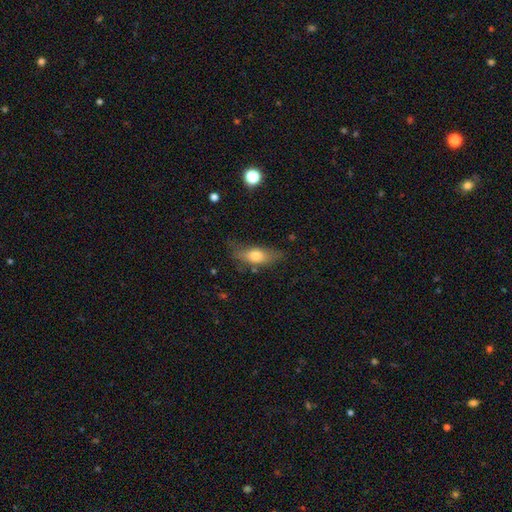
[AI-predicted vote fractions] Overall: smooth (68%). How rounded: in between (72%). Merging: none (63%; minor disturbance 25%).